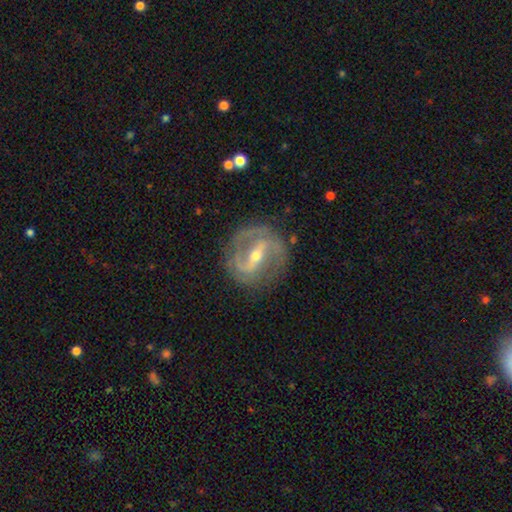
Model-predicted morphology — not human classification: A featured or disk galaxy (88%) with a strong bar (59%), 2 (83%) medium (49%) spiral arms (91%) and a small central bulge (50%).

Vote fractions:
- Smooth or featured? featured or disk: 88% / smooth: 7% / star or artifact: 5%
- Edge-on disk? no: 95% / yes: 5%
- Bar? strong: 59% / weak: 31% / no: 10%
- Spiral arms? yes: 91% / no: 9%
- Spiral winding? medium: 49% / tight: 30% / loose: 22%
- Spiral arm count? 2: 83% / can't tell: 7% / 3: 4% / 1: 3% / 4: 1% / more than 4: 1%
- Bulge size? small: 50% / moderate: 47% / large: 1% / none: 1% / dominant: 1%
- Merging? none: 78% / minor disturbance: 14% / major disturbance: 6% / merger: 2%